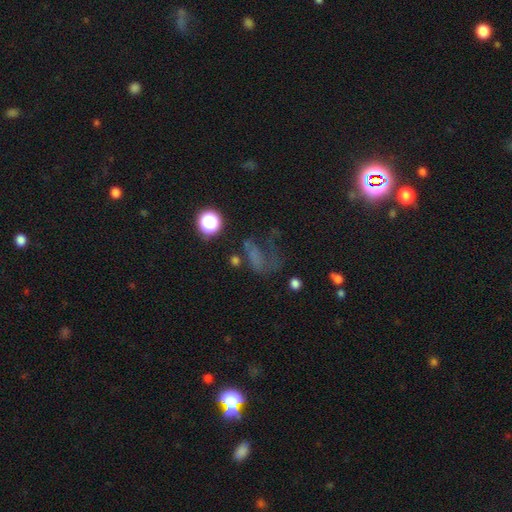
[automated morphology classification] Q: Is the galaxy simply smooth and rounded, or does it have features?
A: smooth — 39%.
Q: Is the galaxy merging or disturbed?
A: major disturbance — 44%.